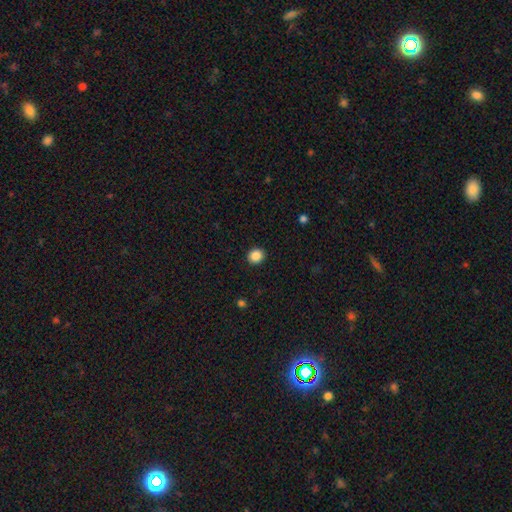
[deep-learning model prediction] A smooth galaxy with no disk features (87%) that is round (81%).

Vote fractions:
- Smooth or featured? smooth: 87% / star or artifact: 10% / featured or disk: 3%
- How rounded? round: 81% / in between: 18% / cigar-shaped: 1%
- Merging? none: 92% / minor disturbance: 5% / major disturbance: 2% / merger: 1%